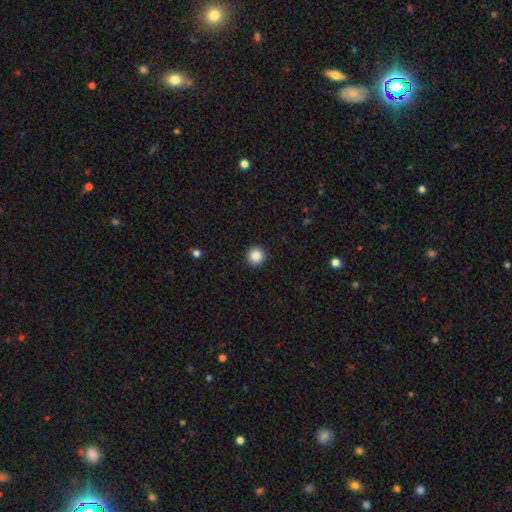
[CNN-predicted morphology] A smooth galaxy with no disk features (86%) that is round (96%). Merging: none (93%).